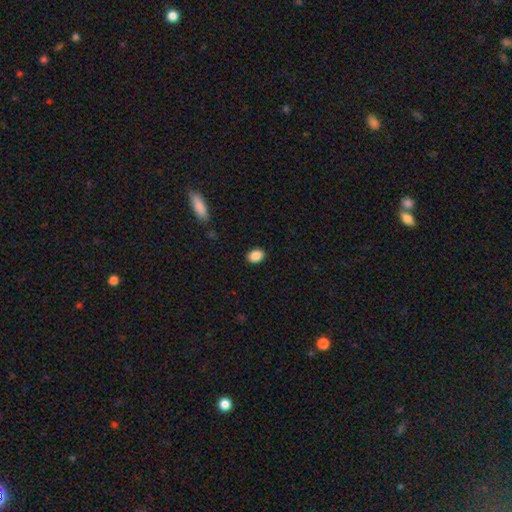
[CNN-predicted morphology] Smooth or featured: smooth — 89% (star or artifact — 8%)
How rounded: in between — 69% (round — 30%)
Merging: none — 89% (minor disturbance — 7%)